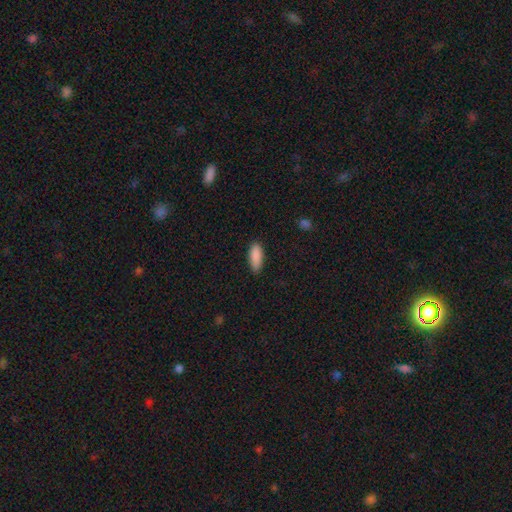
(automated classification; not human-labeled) This appears to be a smooth galaxy with no disk features (89%) that is in between round and cigar-shaped (75%). Merging: none (83%).